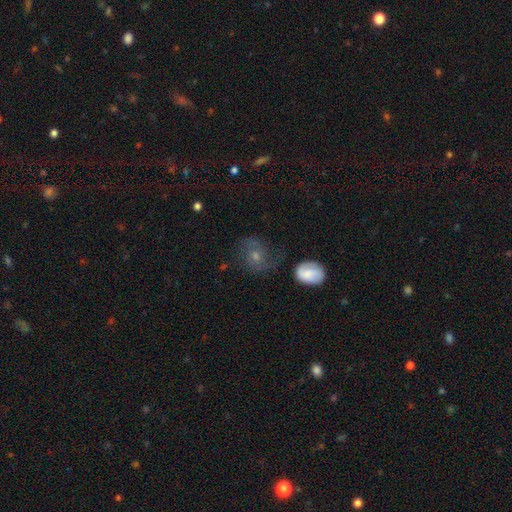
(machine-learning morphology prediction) This appears to be a featured or disk galaxy (53%) with no bar (71%), spiral arms (84%) and a moderate central bulge (49%). Merging: none (63%).